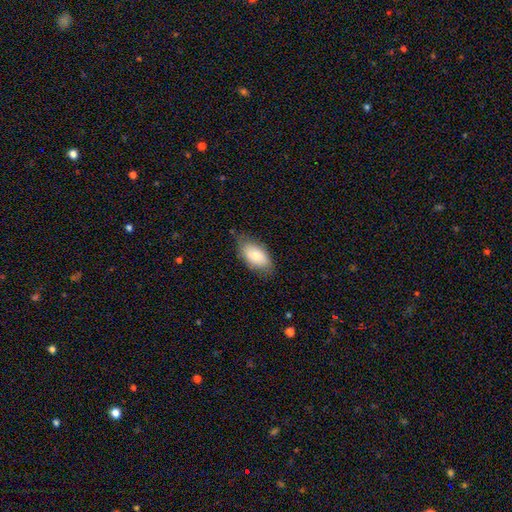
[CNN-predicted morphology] Smooth or featured? Predicted: smooth (p=0.80). How rounded? Predicted: in between (p=0.93). Merging? Predicted: none (p=0.71).